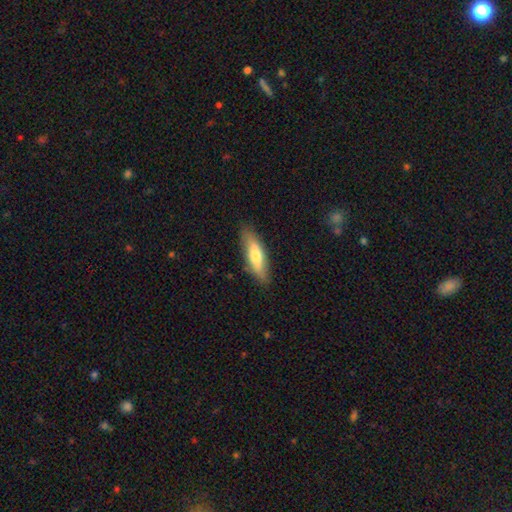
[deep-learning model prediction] The model was most divided on "how rounded": cigar-shaped: 54%, in between: 44%, round: 2%. More confident: merging — none (83%); smooth or featured — smooth (64%).